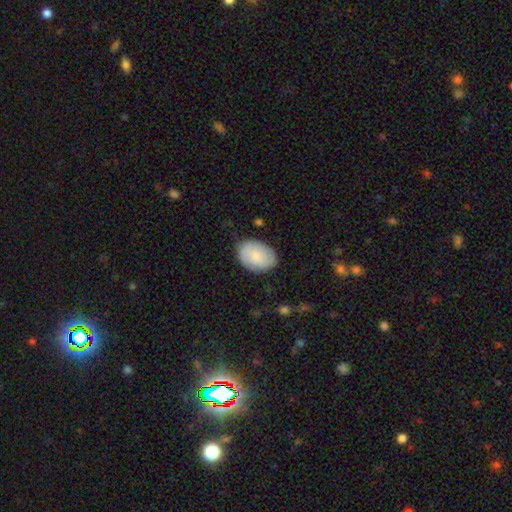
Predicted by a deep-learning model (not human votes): Smooth or featured?
  - smooth: 74% *
  - featured or disk: 20%
  - star or artifact: 6%
How rounded?
  - in between: 83% *
  - round: 16%
  - cigar-shaped: 1%
Merging?
  - none: 81% *
  - minor disturbance: 14%
  - major disturbance: 3%
  - merger: 1%